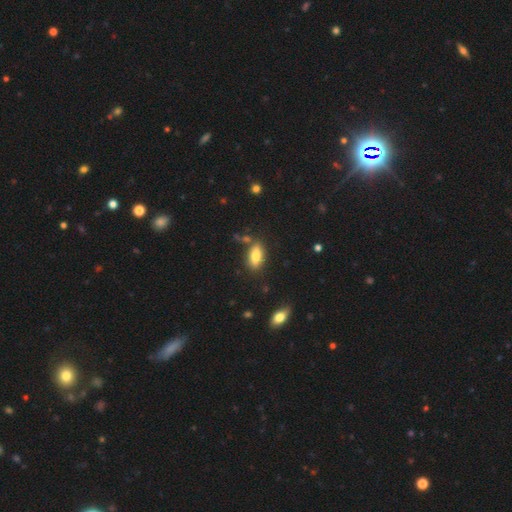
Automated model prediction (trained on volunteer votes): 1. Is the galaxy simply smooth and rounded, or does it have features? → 80% smooth, 12% featured or disk, 7% star or artifact.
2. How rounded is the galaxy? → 80% in between, 17% cigar-shaped, 3% round.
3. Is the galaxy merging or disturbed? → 78% none, 13% minor disturbance, 5% merger, 3% major disturbance.